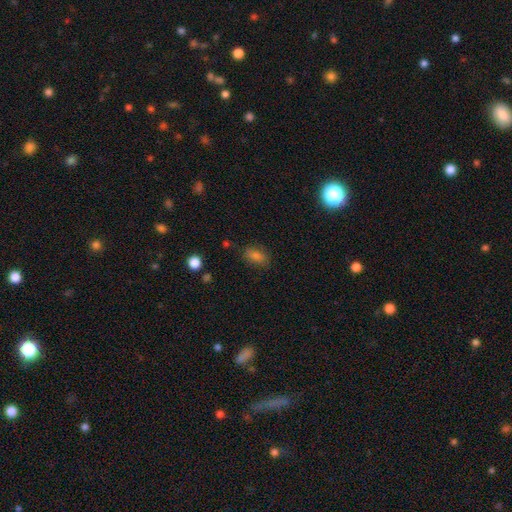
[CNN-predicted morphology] Smooth or featured: smooth — 74% (star or artifact — 15%)
How rounded: in between — 81% (round — 15%)
Merging: none — 78% (minor disturbance — 16%)